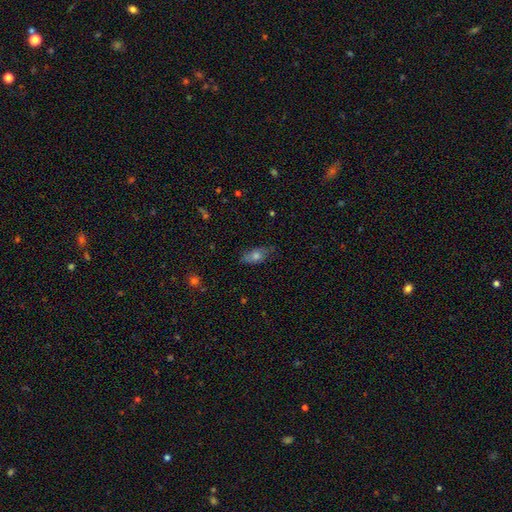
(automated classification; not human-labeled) smooth-or-featured: smooth: 60% | featured or disk: 28% | star or artifact: 13%
  how-rounded: in between: 76% | cigar-shaped: 16% | round: 7%
  merging: none: 73% | minor disturbance: 21% | major disturbance: 5% | merger: 2%